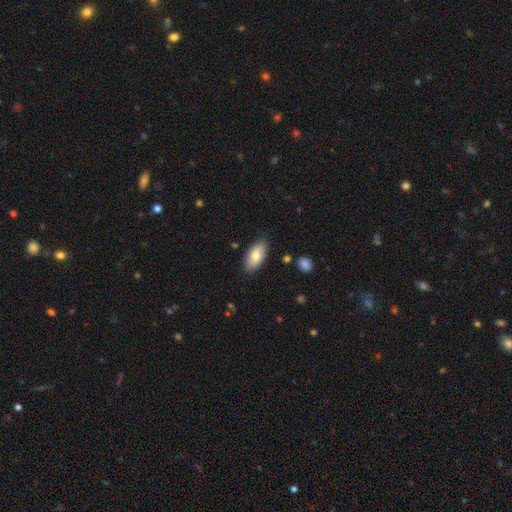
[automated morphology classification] Smooth or featured: smooth — 75% (featured or disk — 19%)
How rounded: in between — 93% (cigar-shaped — 4%)
Merging: none — 83% (minor disturbance — 13%)